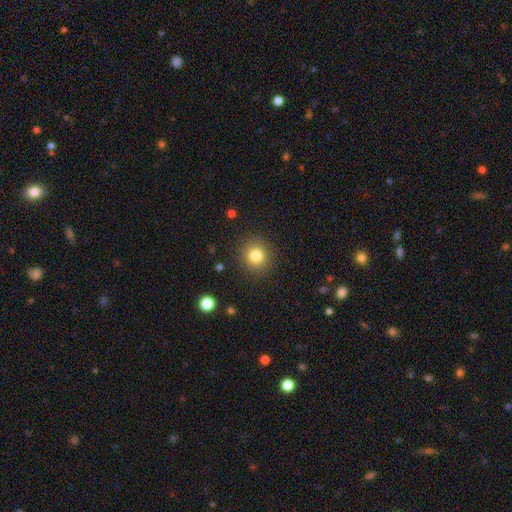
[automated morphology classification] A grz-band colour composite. It shows a smooth galaxy with no disk features (81%) that is round (87%). Merging: none (88%).